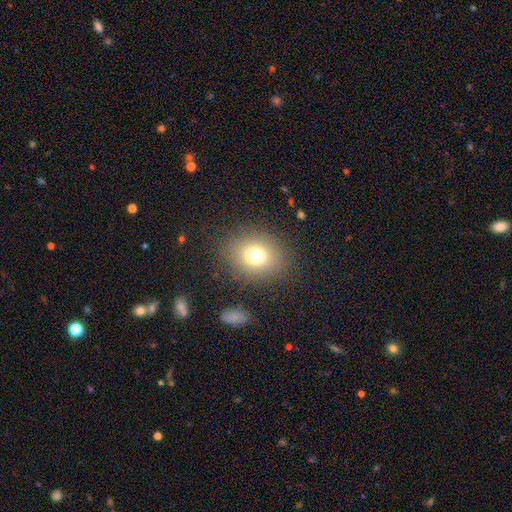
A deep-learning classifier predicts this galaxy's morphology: Overall: smooth (73%). How rounded: round (58%; in between 41%). Merging: none (83%).